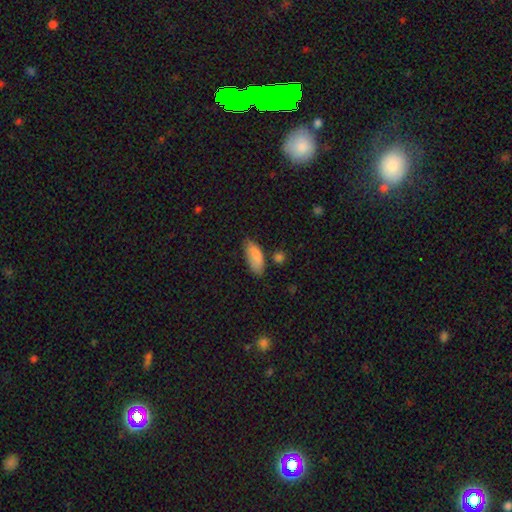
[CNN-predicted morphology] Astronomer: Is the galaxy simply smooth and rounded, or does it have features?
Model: smooth — 86%.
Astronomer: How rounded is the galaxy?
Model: in between — 83%.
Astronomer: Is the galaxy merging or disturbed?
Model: none — 69%.